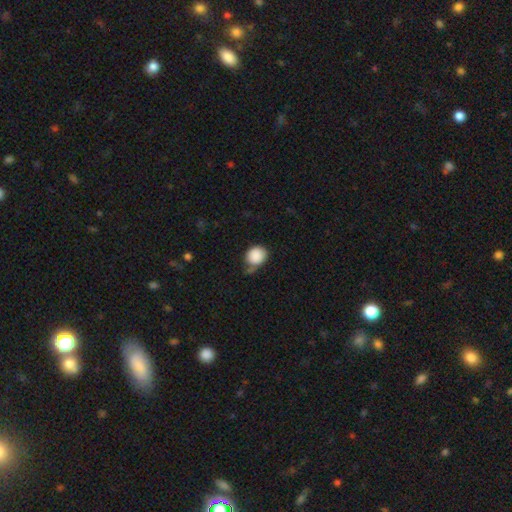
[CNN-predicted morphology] Overall: smooth (88%). How rounded: round (74%). Merging: none (48%; minor disturbance 33%).